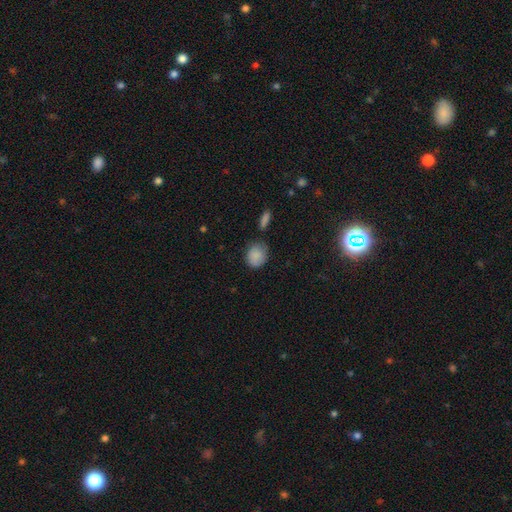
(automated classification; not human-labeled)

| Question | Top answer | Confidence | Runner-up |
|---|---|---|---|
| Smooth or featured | smooth | 86% | star or artifact (8%) |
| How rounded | round | 61% | in between (37%) |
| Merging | none | 67% | minor disturbance (23%) |